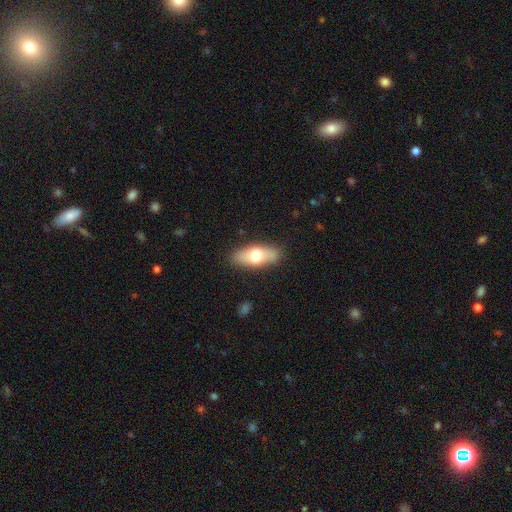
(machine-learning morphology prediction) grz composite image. It shows a smooth galaxy with no disk features (63%) that is in between round and cigar-shaped (75%). Merging: none (85%).